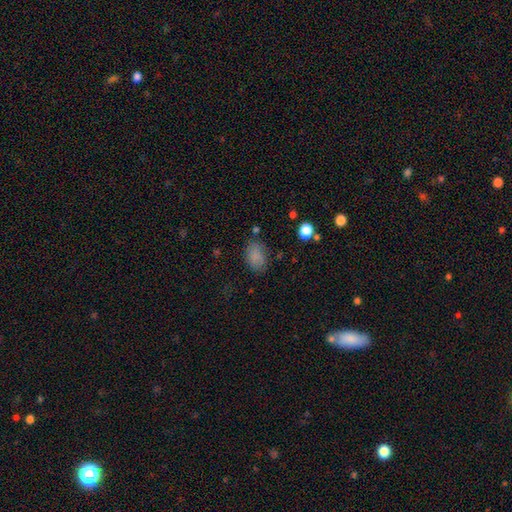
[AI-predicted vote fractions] Overall: smooth (83%). How rounded: in between (83%). Merging: none (71%).